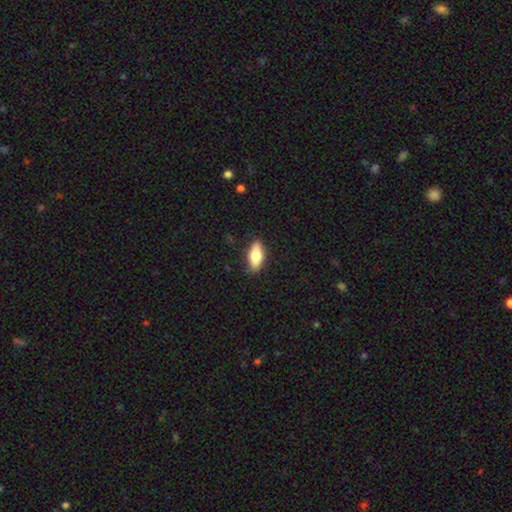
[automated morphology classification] The model was most divided on "smooth or featured": smooth: 68%, featured or disk: 26%, star or artifact: 6%. More confident: merging — none (87%); how rounded — in between (73%).